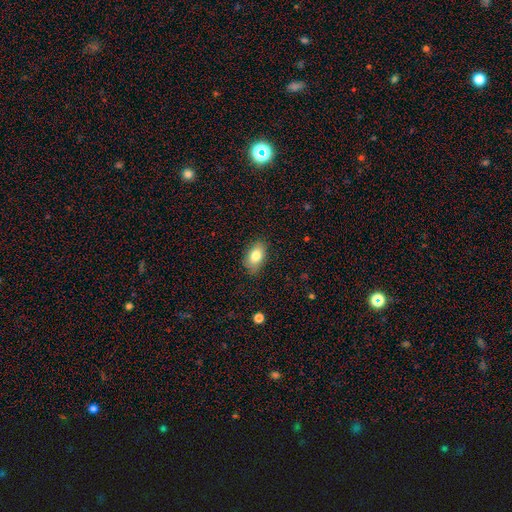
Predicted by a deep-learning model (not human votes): The model was most divided on "merging": none: 81%, minor disturbance: 15%, major disturbance: 3%, merger: 1%. More confident: how rounded — in between (90%); smooth or featured — smooth (81%).